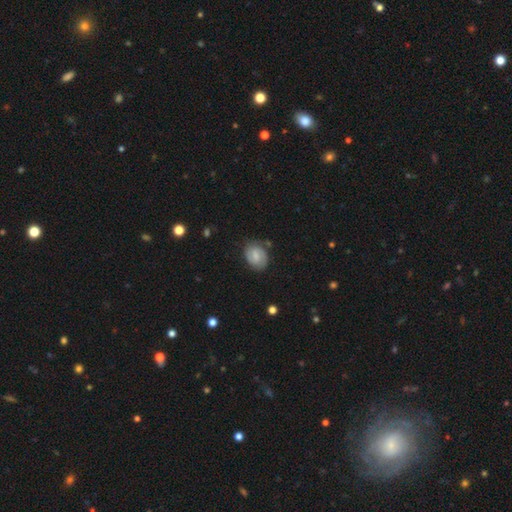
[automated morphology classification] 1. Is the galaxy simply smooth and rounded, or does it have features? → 50% featured or disk, 43% smooth, 8% star or artifact.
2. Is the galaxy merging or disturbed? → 73% none, 19% minor disturbance, 6% major disturbance, 2% merger.